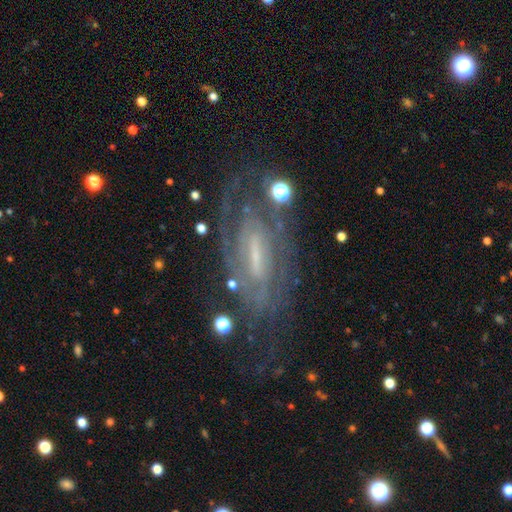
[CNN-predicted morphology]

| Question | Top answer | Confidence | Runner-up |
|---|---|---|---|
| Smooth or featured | featured or disk | 78% | smooth (12%) |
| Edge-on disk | no | 87% | yes (13%) |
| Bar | weak | 43% | strong (32%) |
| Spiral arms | yes | 87% | no (13%) |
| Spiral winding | tight | 58% | medium (32%) |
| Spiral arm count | can't tell | 48% | 2 (30%) |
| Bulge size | small | 49% | none (24%) |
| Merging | none | 70% | minor disturbance (17%) |